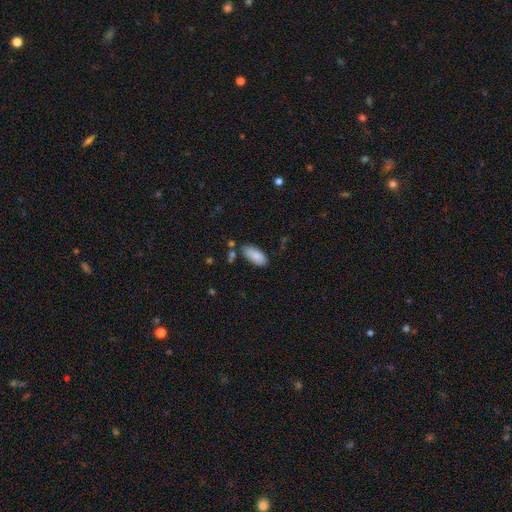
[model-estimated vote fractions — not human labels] The model was most divided on "merging": none: 73%, minor disturbance: 18%, merger: 6%, major disturbance: 4%. More confident: how rounded — in between (91%); smooth or featured — smooth (85%).